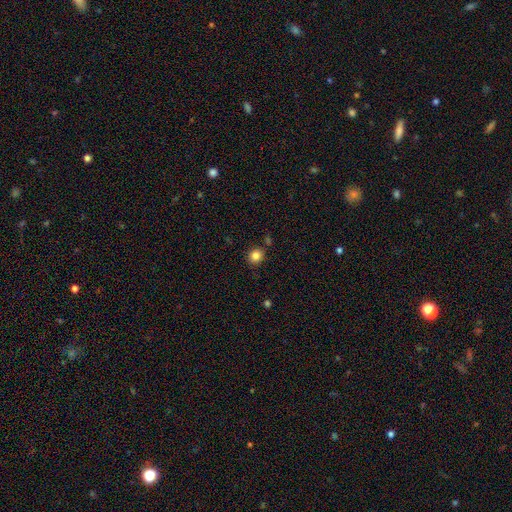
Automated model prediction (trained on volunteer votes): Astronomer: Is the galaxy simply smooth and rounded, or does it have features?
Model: smooth — 84%.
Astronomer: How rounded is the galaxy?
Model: round — 82%.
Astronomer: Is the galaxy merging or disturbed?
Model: none — 81%.